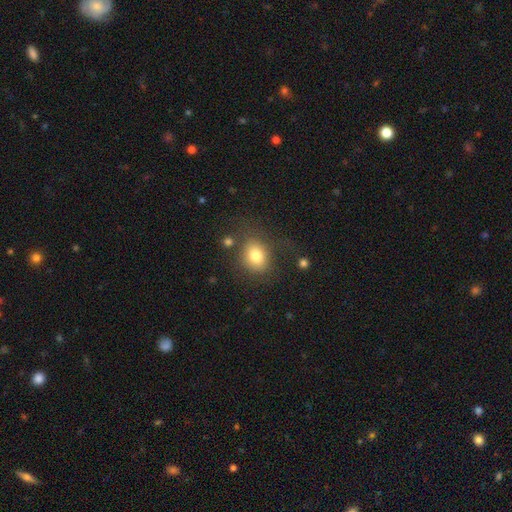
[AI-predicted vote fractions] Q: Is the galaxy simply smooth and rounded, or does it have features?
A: smooth — 80%.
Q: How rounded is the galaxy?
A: round — 50%.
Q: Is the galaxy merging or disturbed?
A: none — 68%.